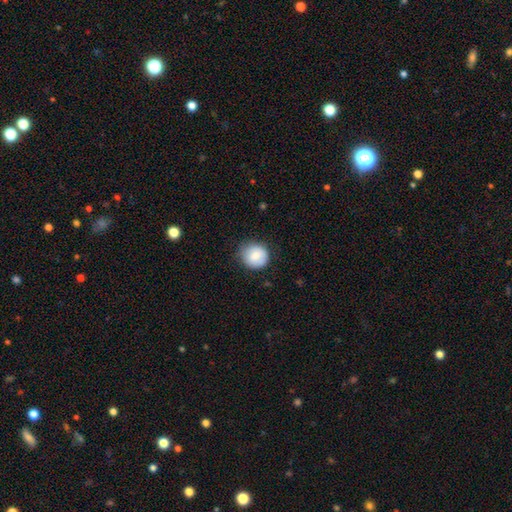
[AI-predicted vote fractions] Smooth or featured?
  - smooth: 81% *
  - featured or disk: 12%
  - star or artifact: 7%
How rounded?
  - round: 85% *
  - in between: 14%
  - cigar-shaped: 1%
Merging?
  - none: 77% *
  - minor disturbance: 19%
  - major disturbance: 4%
  - merger: 1%